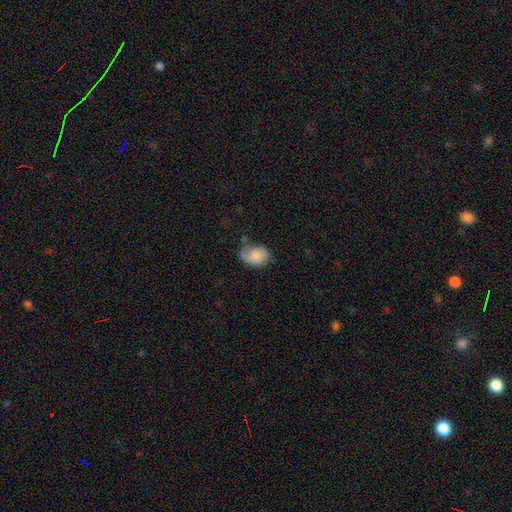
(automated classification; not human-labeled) Q: Smooth or featured?
A: smooth (76%); runner-up: featured or disk (16%)
Q: How rounded?
A: in between (72%); runner-up: round (27%)
Q: Merging?
A: none (45%); runner-up: minor disturbance (34%)